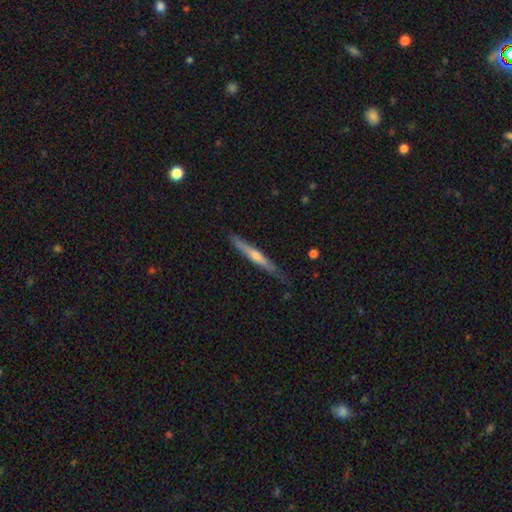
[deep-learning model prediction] Q: Smooth or featured?
A: featured or disk (63%); runner-up: smooth (31%)
Q: Edge-on disk?
A: yes (96%); runner-up: no (4%)
Q: Edge-on bulge?
A: rounded (73%); runner-up: none (23%)
Q: Merging?
A: none (79%); runner-up: minor disturbance (17%)